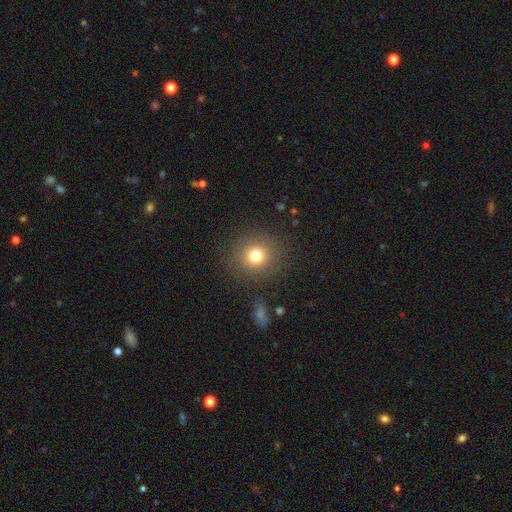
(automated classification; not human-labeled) A smooth galaxy with no disk features (78%) that is round (90%). Merging: none (87%).